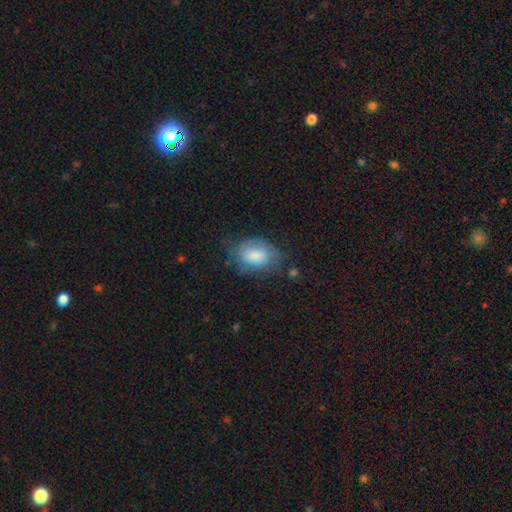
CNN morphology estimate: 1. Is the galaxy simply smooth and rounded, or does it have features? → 63% smooth, 29% featured or disk, 8% star or artifact.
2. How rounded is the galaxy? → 84% in between, 15% round, 1% cigar-shaped.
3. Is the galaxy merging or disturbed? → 55% none, 30% minor disturbance, 13% major disturbance, 2% merger.